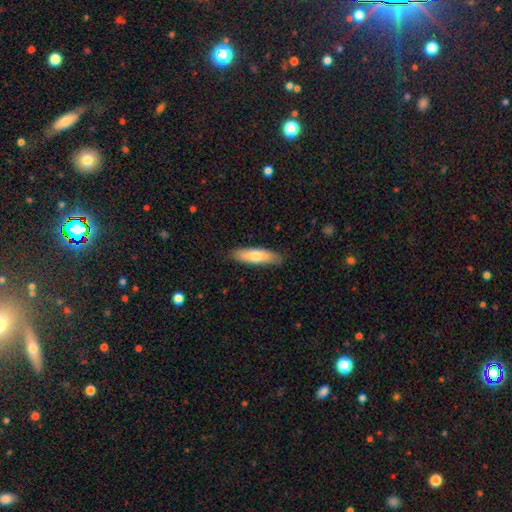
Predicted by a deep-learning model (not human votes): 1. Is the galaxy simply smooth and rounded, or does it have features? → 71% smooth, 24% featured or disk, 5% star or artifact.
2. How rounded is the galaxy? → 60% cigar-shaped, 38% in between, 2% round.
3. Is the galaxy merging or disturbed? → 84% none, 13% minor disturbance, 2% major disturbance, 1% merger.